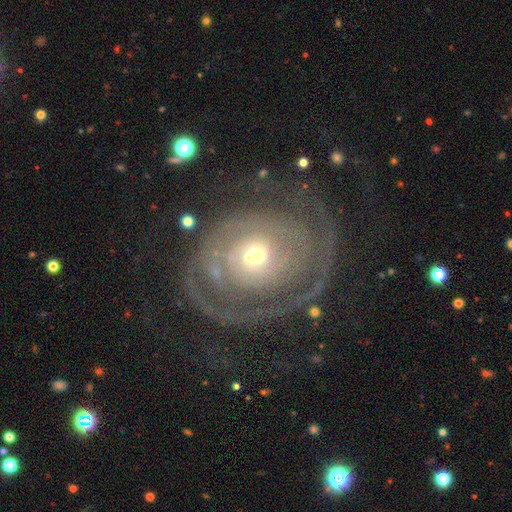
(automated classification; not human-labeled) Smooth or featured: featured or disk — 83% (smooth — 10%)
Edge-on disk: no — 97% (yes — 3%)
Bar: no — 74% (weak — 19%)
Spiral arms: yes — 88% (no — 12%)
Spiral winding: tight — 60% (medium — 27%)
Spiral arm count: 2 — 39% (can't tell — 25%)
Bulge size: small — 56% (moderate — 35%)
Merging: none — 55% (major disturbance — 24%)